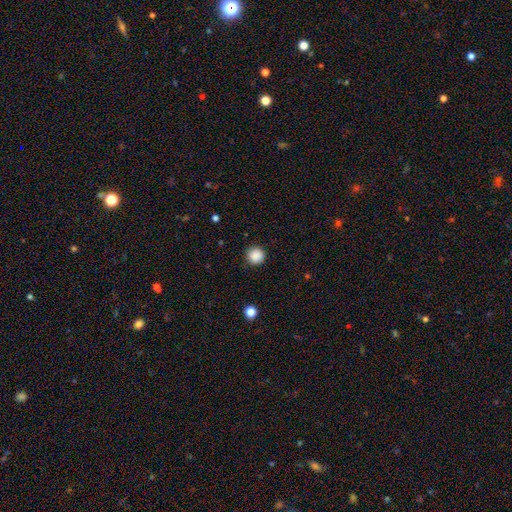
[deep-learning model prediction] Overall: smooth (88%). How rounded: round (95%). Merging: none (90%).